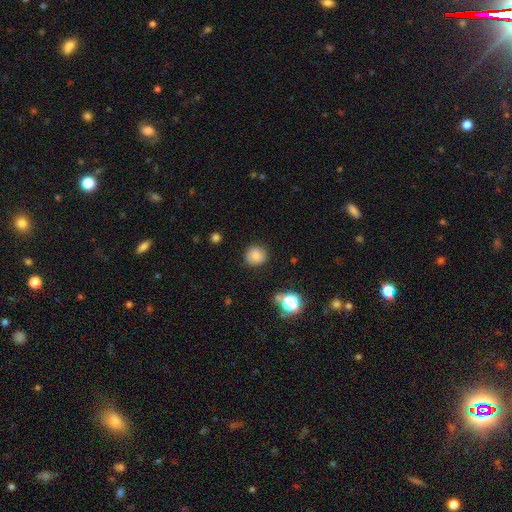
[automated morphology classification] smooth 82%, star or artifact 12%, featured or disk 6%. Down the decision tree: how rounded — round (88%); merging — none (85%).